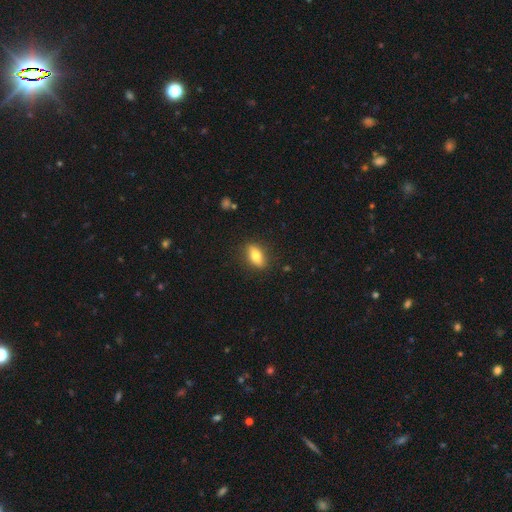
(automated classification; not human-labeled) Overall: smooth (72%). How rounded: in between (78%). Merging: none (85%).